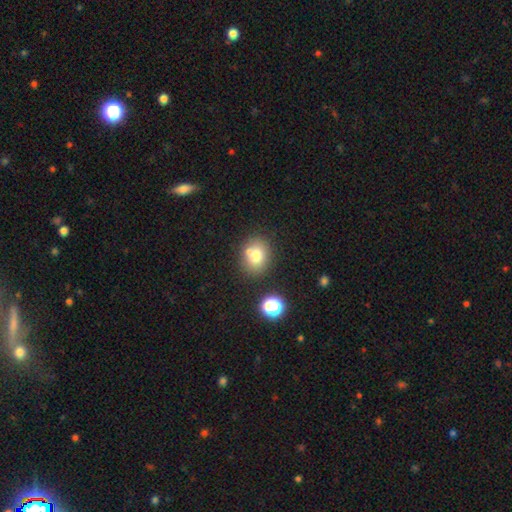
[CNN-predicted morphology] type=smooth (74%); roundness=round (56%); merging=none (67%).